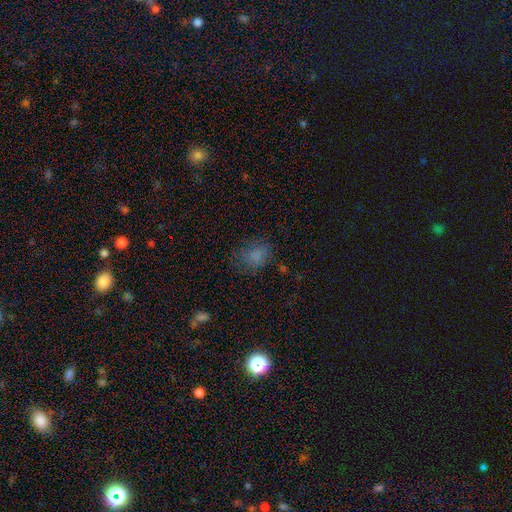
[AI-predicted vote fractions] Smooth or featured? Predicted: smooth (p=0.75). How rounded? Predicted: in between (p=0.60). Merging? Predicted: none (p=0.65).